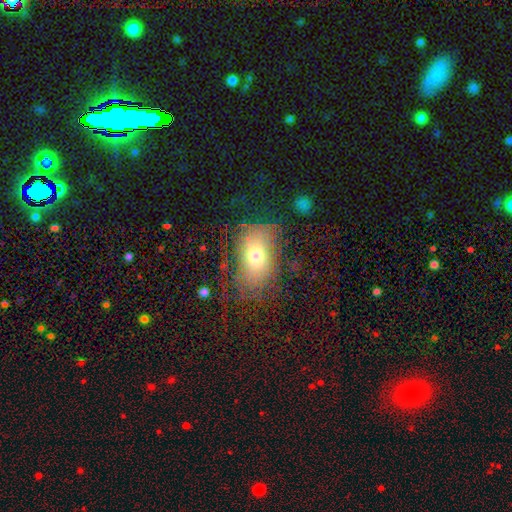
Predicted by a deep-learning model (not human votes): smooth-or-featured: smooth: 66% | featured or disk: 23% | star or artifact: 12%
  how-rounded: in between: 81% | round: 17% | cigar-shaped: 2%
  merging: none: 60% | minor disturbance: 20% | major disturbance: 18% | merger: 2%